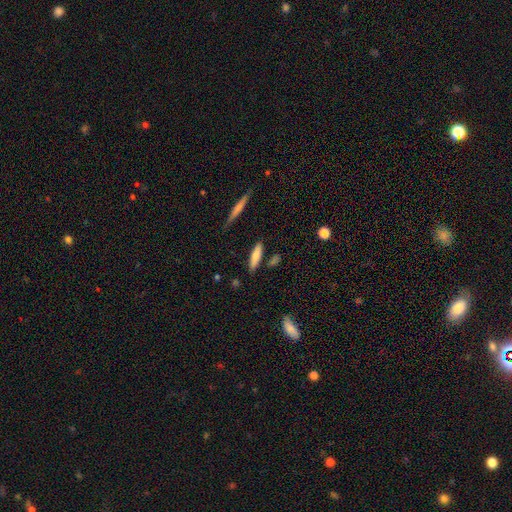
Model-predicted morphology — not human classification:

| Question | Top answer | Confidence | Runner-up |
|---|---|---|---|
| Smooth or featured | smooth | 73% | featured or disk (20%) |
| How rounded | cigar-shaped | 72% | in between (27%) |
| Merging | none | 82% | minor disturbance (11%) |